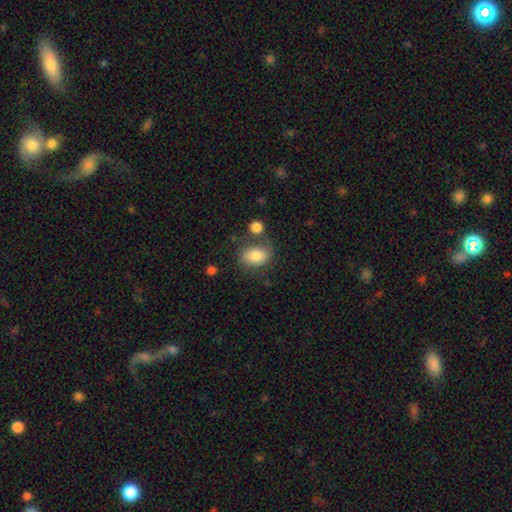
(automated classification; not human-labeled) Smooth or featured? smooth (79%)
How rounded? in between (79%)
Merging? none (57%)